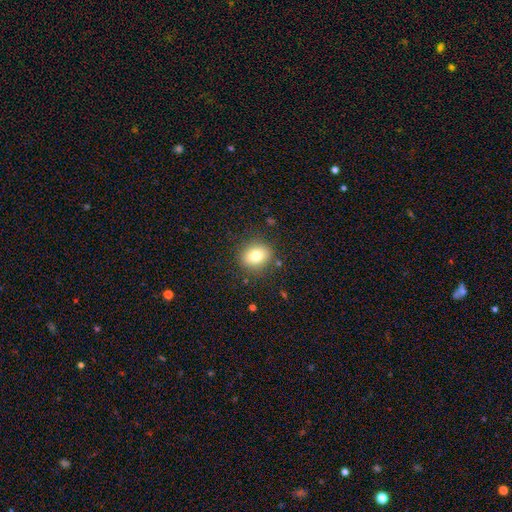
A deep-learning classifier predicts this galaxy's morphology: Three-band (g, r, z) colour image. It shows a smooth galaxy with no disk features (78%) that is round (64%). Merging: none (86%).